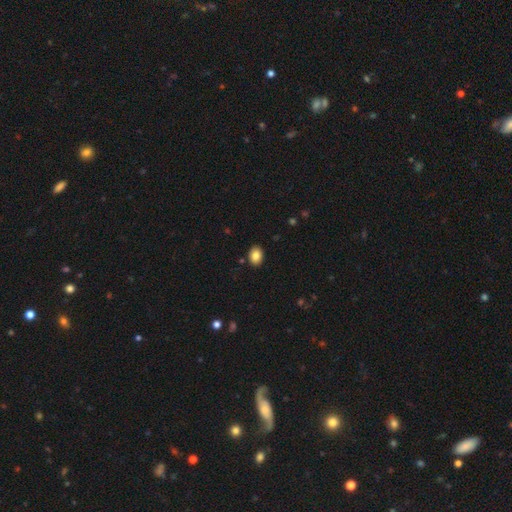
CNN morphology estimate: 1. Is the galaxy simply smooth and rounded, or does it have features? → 86% smooth, 8% star or artifact, 6% featured or disk.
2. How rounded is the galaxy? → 72% in between, 27% round, 1% cigar-shaped.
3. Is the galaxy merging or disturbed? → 89% none, 7% minor disturbance, 2% major disturbance, 1% merger.